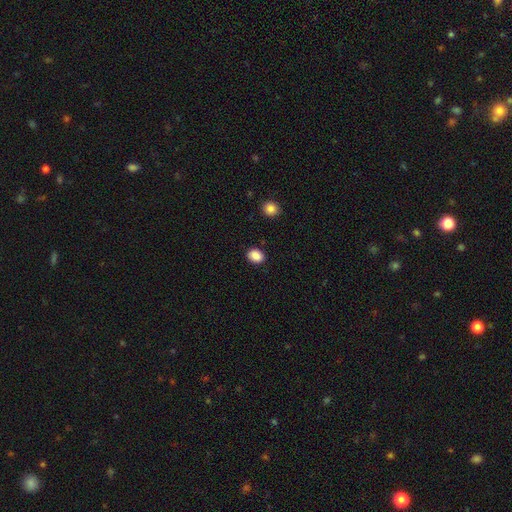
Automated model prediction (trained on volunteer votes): smooth 88%, star or artifact 9%, featured or disk 3%. Down the decision tree: how rounded — in between (61%); merging — none (88%).